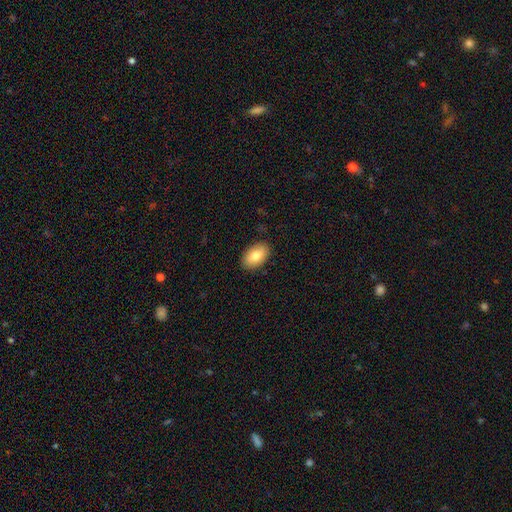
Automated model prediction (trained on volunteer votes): smooth-or-featured: smooth: 82% | featured or disk: 12% | star or artifact: 7%
  how-rounded: in between: 93% | round: 6% | cigar-shaped: 1%
  merging: none: 88% | minor disturbance: 9% | major disturbance: 2% | merger: 1%